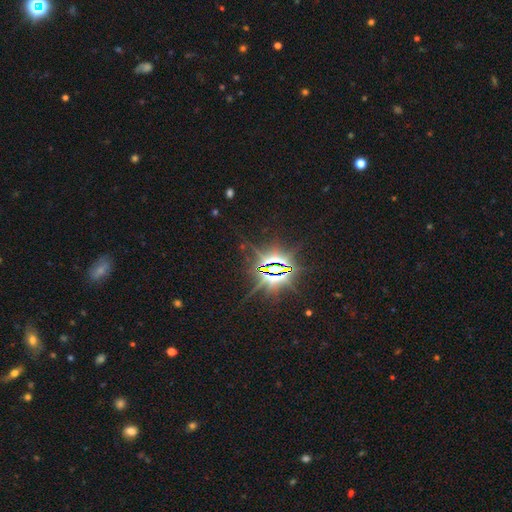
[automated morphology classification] This appears to be a star or artifact, not a galaxy (86%).